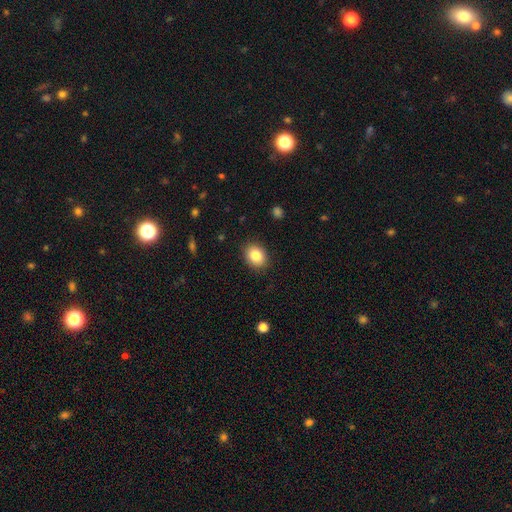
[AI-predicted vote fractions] Smooth or featured? smooth (85%)
How rounded? in between (50%)
Merging? none (89%)